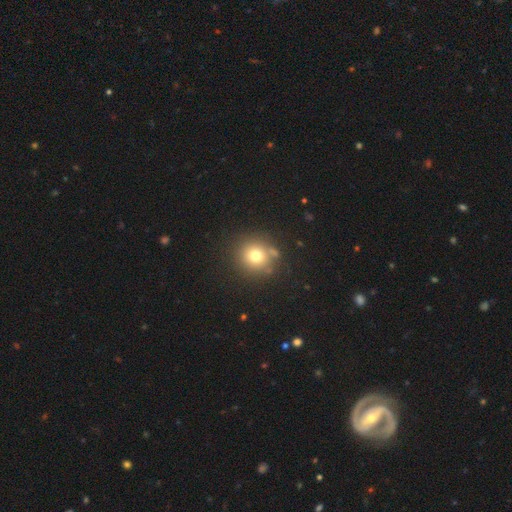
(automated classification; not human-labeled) This is likely a smooth galaxy (73%). How rounded: clearly round (91%). Merging: likely none (79%).